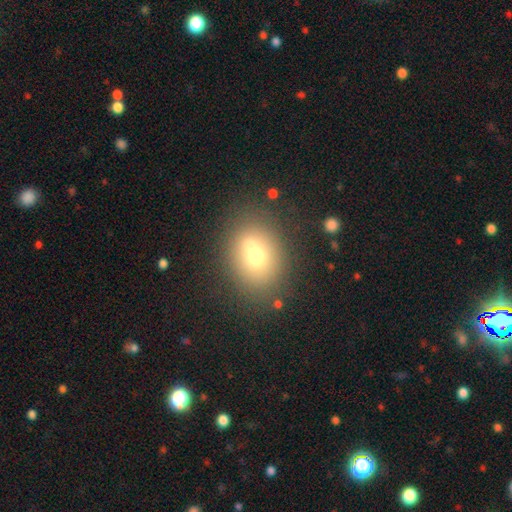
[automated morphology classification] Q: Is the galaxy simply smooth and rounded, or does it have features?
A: smooth — 64%.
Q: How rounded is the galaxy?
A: in between — 50%.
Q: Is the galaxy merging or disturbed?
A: none — 50%.